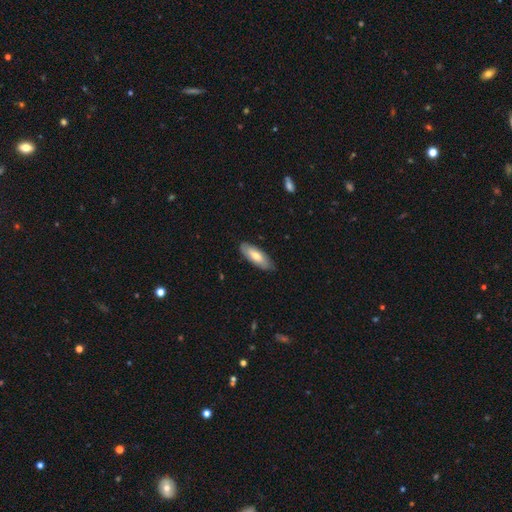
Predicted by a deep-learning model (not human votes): A smooth galaxy with no disk features (69%) that is in between round and cigar-shaped (68%).

Vote fractions:
- Smooth or featured? smooth: 69% / featured or disk: 26% / star or artifact: 5%
- How rounded? in between: 68% / cigar-shaped: 30% / round: 2%
- Merging? none: 83% / minor disturbance: 13% / major disturbance: 2% / merger: 1%